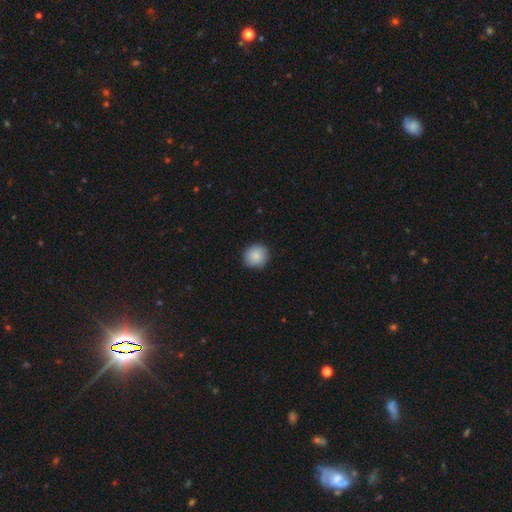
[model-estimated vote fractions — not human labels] Q: Smooth or featured?
A: smooth (88%); runner-up: star or artifact (7%)
Q: How rounded?
A: round (90%); runner-up: in between (9%)
Q: Merging?
A: none (89%); runner-up: minor disturbance (8%)